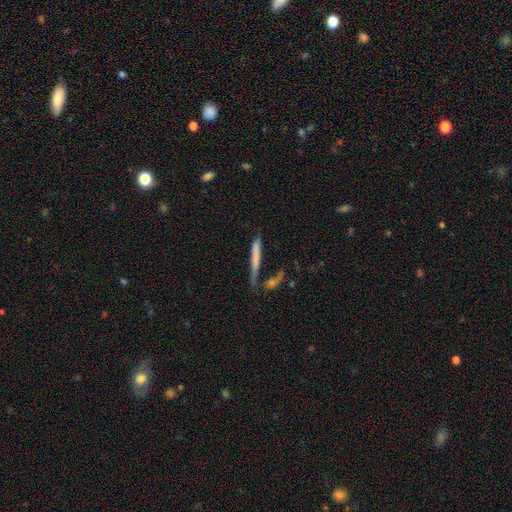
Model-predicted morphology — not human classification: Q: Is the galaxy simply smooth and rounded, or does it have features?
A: smooth — 61%.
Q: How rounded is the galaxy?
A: cigar-shaped — 93%.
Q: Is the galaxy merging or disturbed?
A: none — 57%.